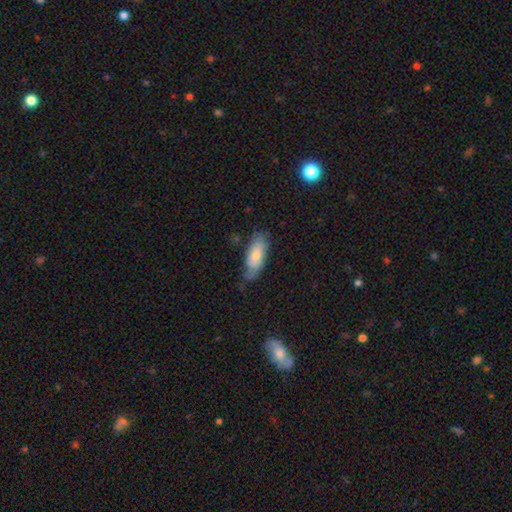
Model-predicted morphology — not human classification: A smooth galaxy with no disk features (64%) that is in between round and cigar-shaped (81%). Merging: none (57%).